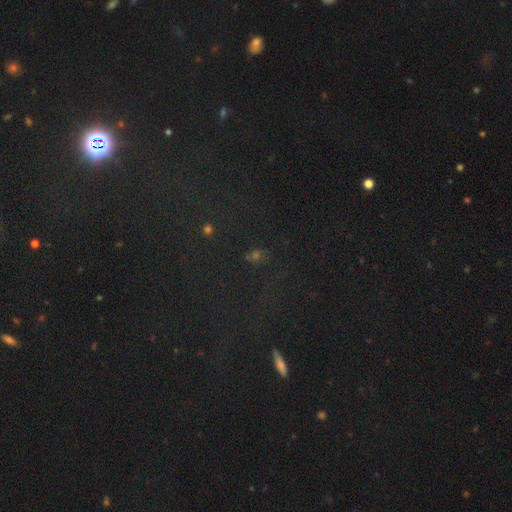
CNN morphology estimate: smooth_or_featured: star or artifact (p=0.52) [alt: smooth p=0.37]